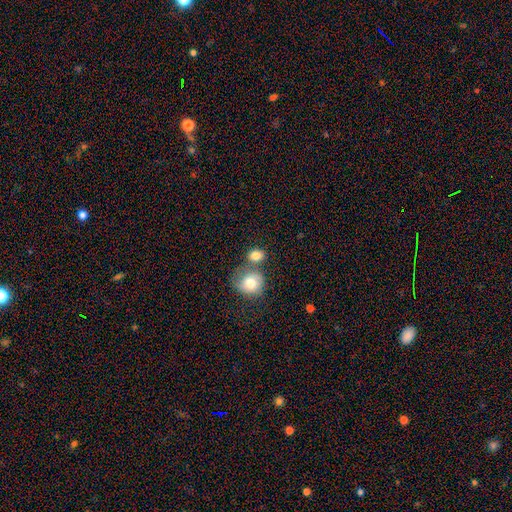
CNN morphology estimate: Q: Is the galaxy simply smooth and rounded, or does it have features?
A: smooth — 82%.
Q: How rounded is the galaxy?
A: round — 55%.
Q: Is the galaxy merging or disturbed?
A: none — 49%.